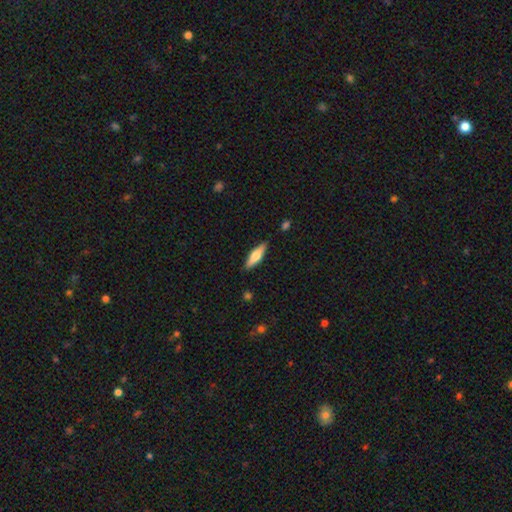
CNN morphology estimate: smooth-or-featured: smooth: 57% | featured or disk: 37% | star or artifact: 6%
  how-rounded: cigar-shaped: 62% | in between: 36% | round: 2%
  merging: none: 88% | minor disturbance: 9% | major disturbance: 2% | merger: 1%